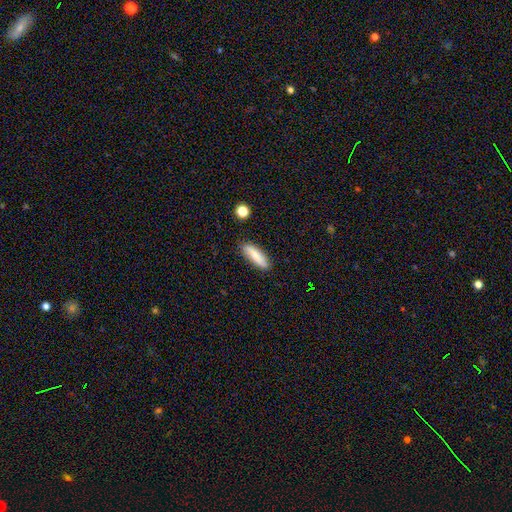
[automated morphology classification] A smooth galaxy with no disk features (78%) that is cigar-shaped (58%).

Vote fractions:
- Smooth or featured? smooth: 78% / featured or disk: 15% / star or artifact: 7%
- How rounded? cigar-shaped: 58% / in between: 40% / round: 2%
- Merging? none: 84% / minor disturbance: 12% / major disturbance: 2% / merger: 2%